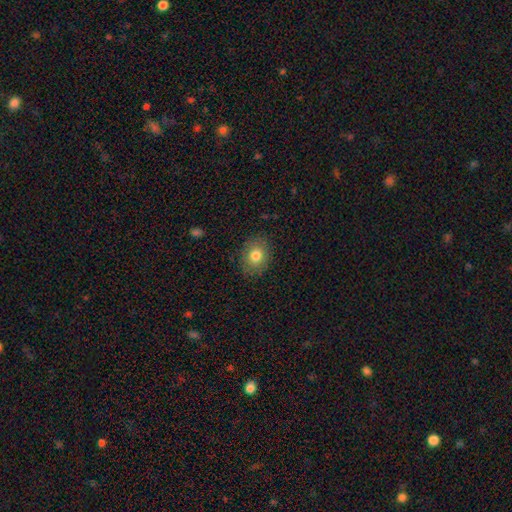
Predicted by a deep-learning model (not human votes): smooth_or_featured: smooth (p=0.78) [alt: featured or disk p=0.12]
how_rounded: round (p=0.52) [alt: in between p=0.47]
merging: none (p=0.86) [alt: minor disturbance p=0.10]